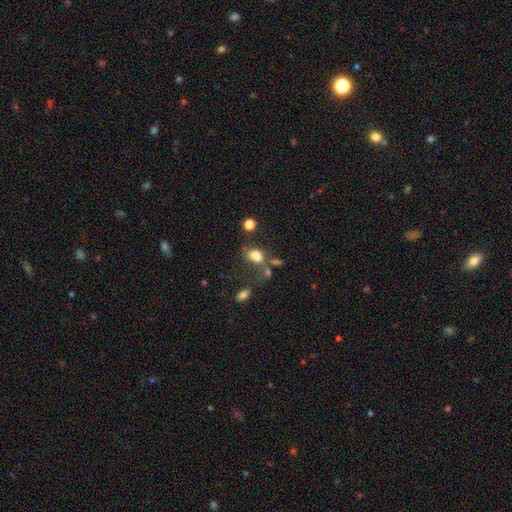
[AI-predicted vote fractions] This is likely a smooth galaxy (79%). How rounded: clearly in between (81%). Merging: possibly none (46%).